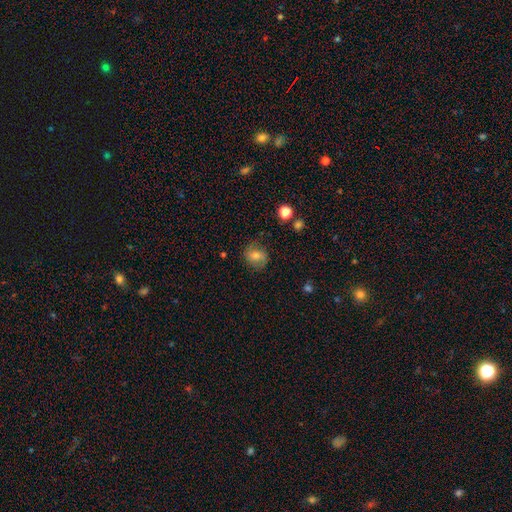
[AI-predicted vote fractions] Smooth or featured? smooth (53%)
How rounded? round (65%)
Merging? none (73%)